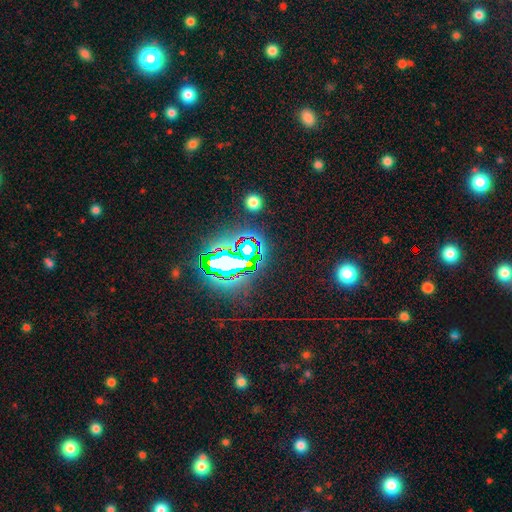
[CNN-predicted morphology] smooth_or_featured: star or artifact (p=0.81) [alt: smooth p=0.12]